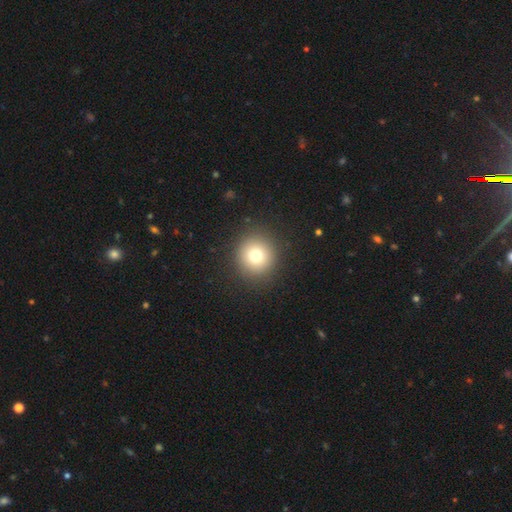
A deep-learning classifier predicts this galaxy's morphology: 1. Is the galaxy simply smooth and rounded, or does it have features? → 76% smooth, 13% star or artifact, 11% featured or disk.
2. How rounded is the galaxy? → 92% round, 7% in between, 1% cigar-shaped.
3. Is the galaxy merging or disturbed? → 90% none, 6% minor disturbance, 3% major disturbance, 1% merger.